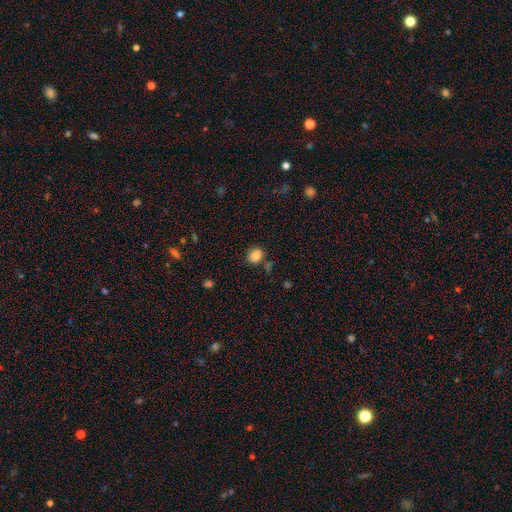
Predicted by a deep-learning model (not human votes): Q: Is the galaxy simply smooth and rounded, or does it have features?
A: smooth — 84%.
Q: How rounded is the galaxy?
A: round — 55%.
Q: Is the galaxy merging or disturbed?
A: none — 75%.